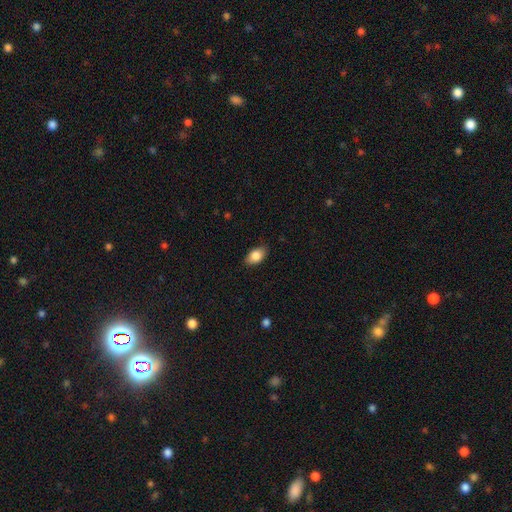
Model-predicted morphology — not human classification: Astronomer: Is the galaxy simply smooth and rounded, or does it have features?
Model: smooth — 85%.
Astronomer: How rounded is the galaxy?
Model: in between — 89%.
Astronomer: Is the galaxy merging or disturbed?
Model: none — 84%.